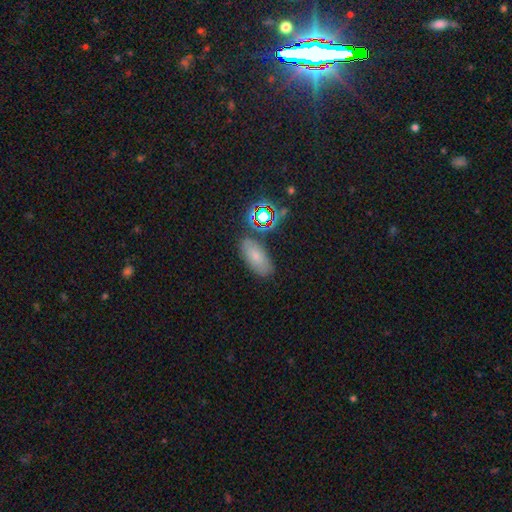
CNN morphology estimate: Smooth or featured: smooth — 61% (star or artifact — 22%)
How rounded: in between — 88% (cigar-shaped — 6%)
Merging: none — 75% (minor disturbance — 15%)